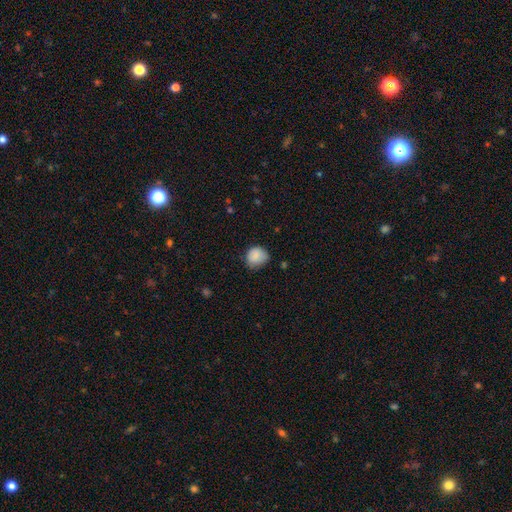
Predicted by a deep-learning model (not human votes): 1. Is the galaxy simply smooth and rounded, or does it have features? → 85% smooth, 8% star or artifact, 7% featured or disk.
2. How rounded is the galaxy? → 77% round, 22% in between, 1% cigar-shaped.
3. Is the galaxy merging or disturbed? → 64% none, 29% minor disturbance, 6% major disturbance, 2% merger.